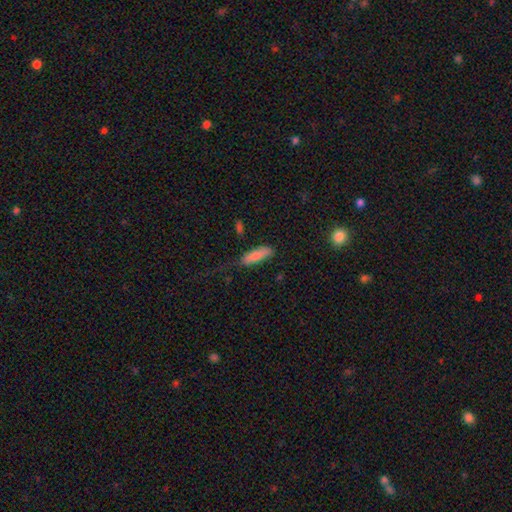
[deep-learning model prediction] This is clearly a smooth galaxy (83%). How rounded: possibly in between (50%). Merging: likely none (63%).